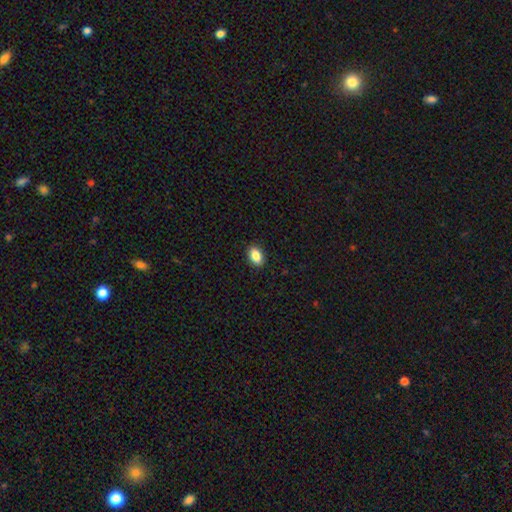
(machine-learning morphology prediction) This is clearly a smooth galaxy (86%). How rounded: clearly in between (86%). Merging: clearly none (90%).